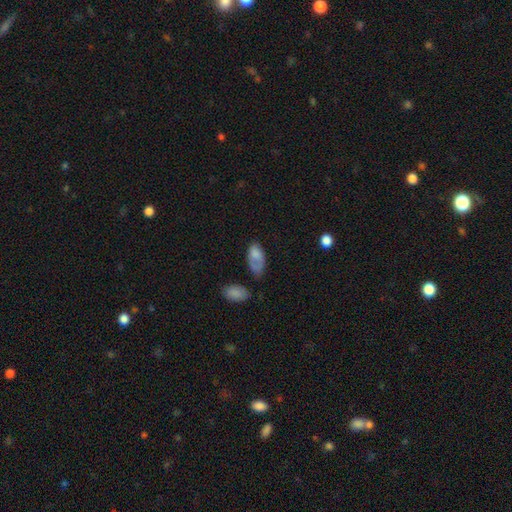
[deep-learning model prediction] Overall: smooth (74%). How rounded: in between (93%). Merging: none (39%; minor disturbance 32%).